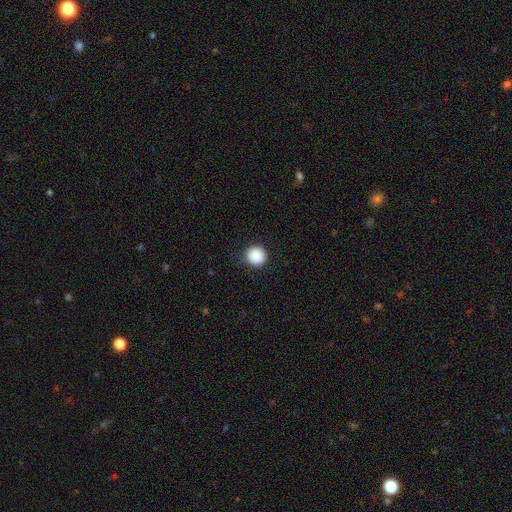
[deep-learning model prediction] This appears to be a smooth galaxy with no disk features (89%) that is round (94%). Merging: none (89%).